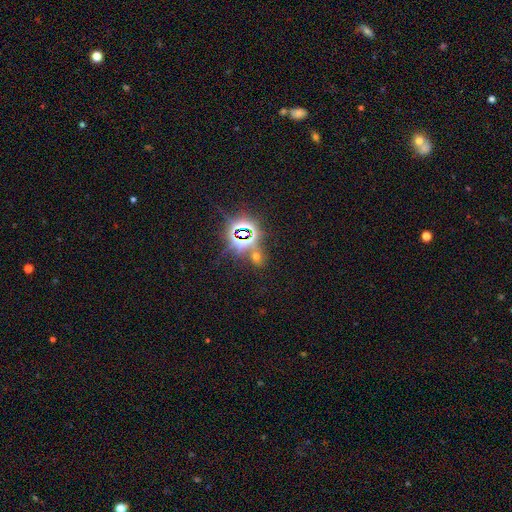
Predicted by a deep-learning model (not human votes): This is likely a star or artifact rather than a galaxy (69%).